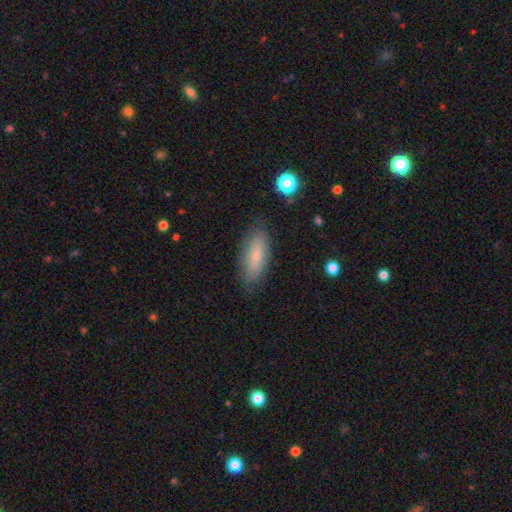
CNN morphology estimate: Q: Smooth or featured?
A: smooth (72%); runner-up: featured or disk (21%)
Q: How rounded?
A: in between (76%); runner-up: cigar-shaped (21%)
Q: Merging?
A: none (81%); runner-up: minor disturbance (15%)